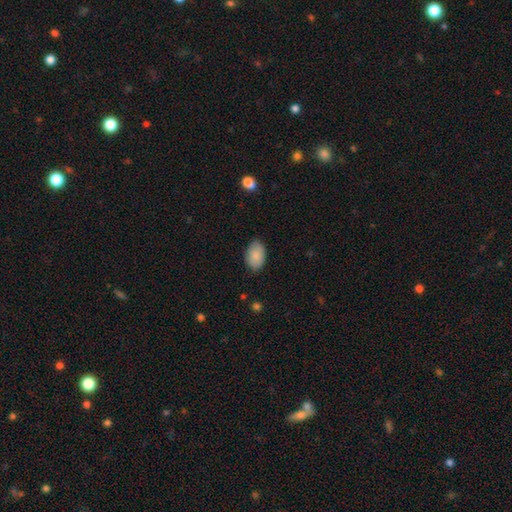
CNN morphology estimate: Smooth or featured: smooth — 88% (star or artifact — 6%)
How rounded: in between — 90% (round — 9%)
Merging: none — 85% (minor disturbance — 12%)